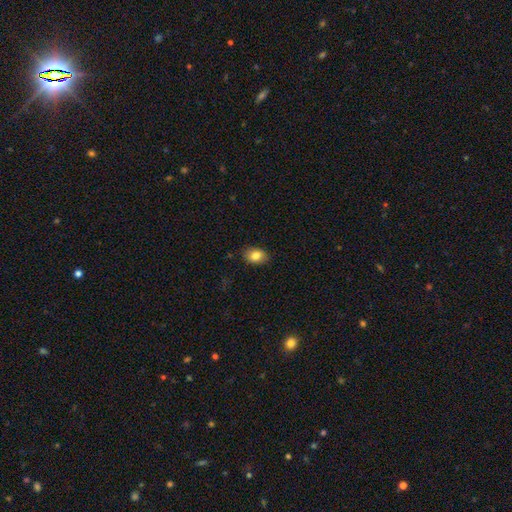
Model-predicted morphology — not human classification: Q: Smooth or featured?
A: smooth (83%); runner-up: star or artifact (9%)
Q: How rounded?
A: in between (73%); runner-up: round (26%)
Q: Merging?
A: none (86%); runner-up: minor disturbance (11%)